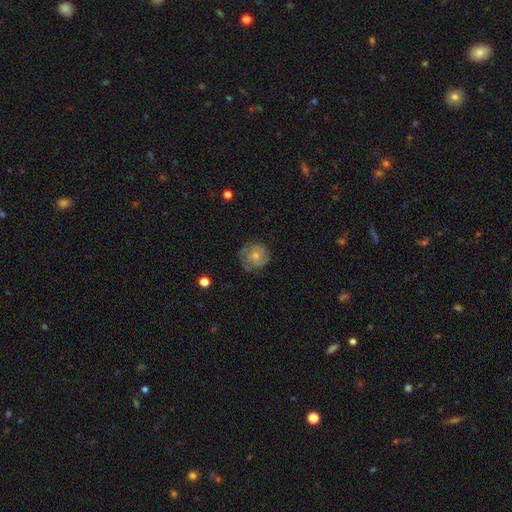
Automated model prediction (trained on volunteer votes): Smooth or featured? Predicted: smooth (p=0.48). Merging? Predicted: none (p=0.63).